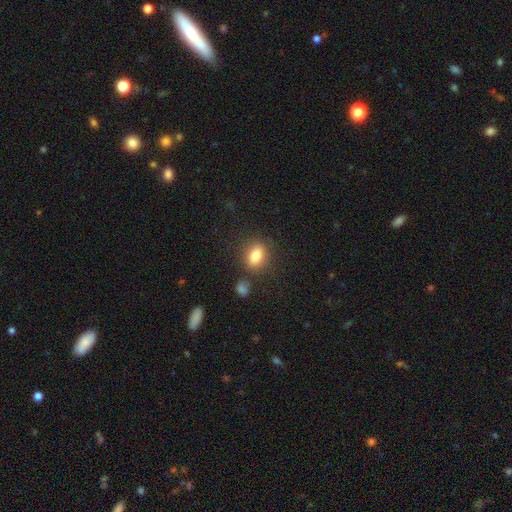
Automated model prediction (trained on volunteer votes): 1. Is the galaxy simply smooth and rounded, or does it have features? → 82% smooth, 9% star or artifact, 8% featured or disk.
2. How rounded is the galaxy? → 72% in between, 26% round, 3% cigar-shaped.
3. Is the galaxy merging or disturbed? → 80% none, 11% minor disturbance, 5% merger, 4% major disturbance.